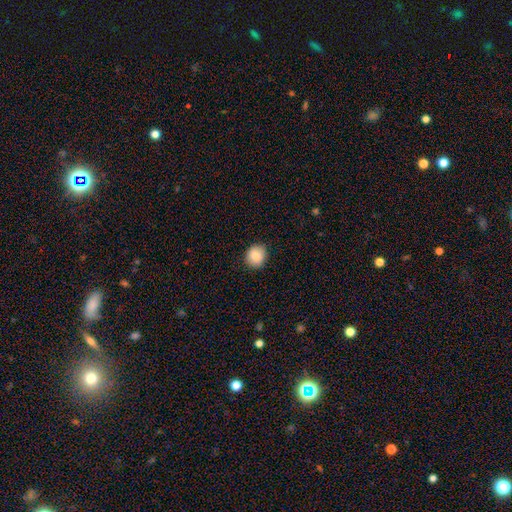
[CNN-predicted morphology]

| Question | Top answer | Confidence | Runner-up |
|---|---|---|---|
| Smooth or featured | smooth | 84% | star or artifact (8%) |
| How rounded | round | 79% | in between (20%) |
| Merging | none | 88% | minor disturbance (9%) |